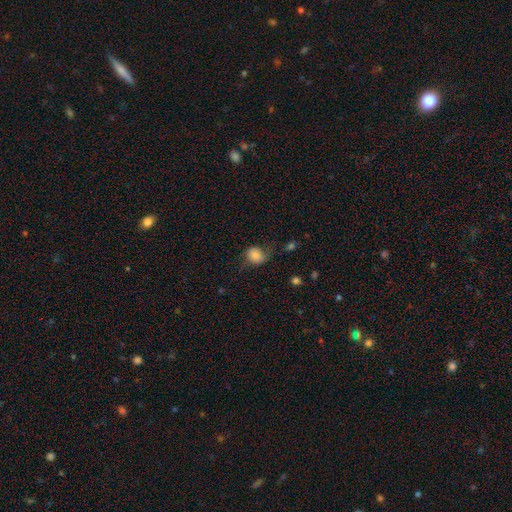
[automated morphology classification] Overall: smooth (76%). How rounded: round (62%; in between 37%). Merging: none (57%; minor disturbance 27%).